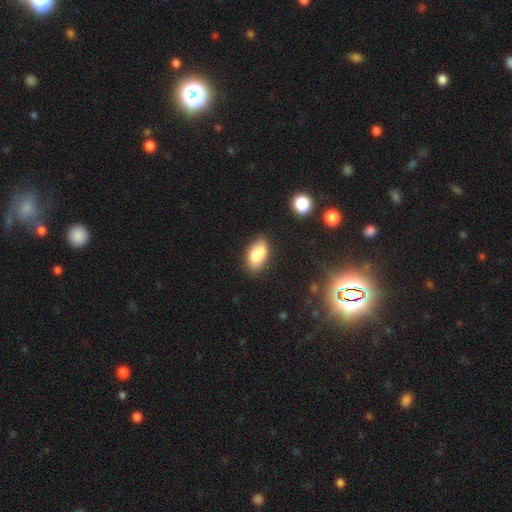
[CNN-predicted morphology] A smooth galaxy with no disk features (72%) that is in between round and cigar-shaped (88%). Merging: none (43%).